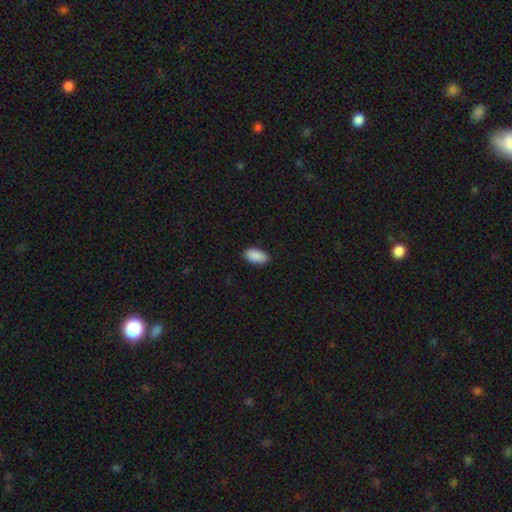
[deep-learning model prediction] Smooth or featured?
  - smooth: 91% *
  - star or artifact: 6%
  - featured or disk: 3%
How rounded?
  - in between: 95% *
  - round: 3%
  - cigar-shaped: 2%
Merging?
  - none: 88% *
  - minor disturbance: 10%
  - major disturbance: 2%
  - merger: 1%